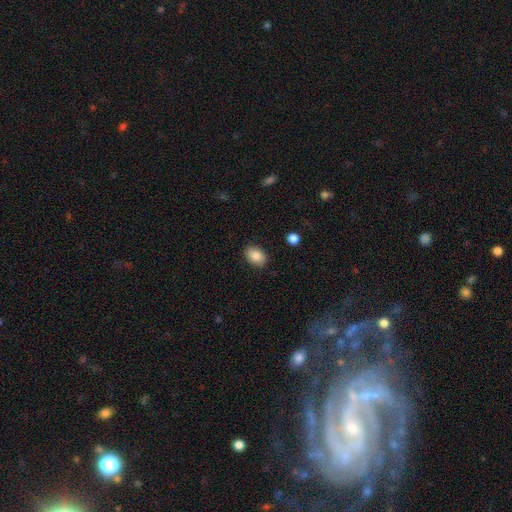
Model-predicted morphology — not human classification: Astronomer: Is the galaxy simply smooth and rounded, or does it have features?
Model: smooth — 86%.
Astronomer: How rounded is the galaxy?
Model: in between — 83%.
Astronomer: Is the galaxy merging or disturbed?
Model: none — 88%.